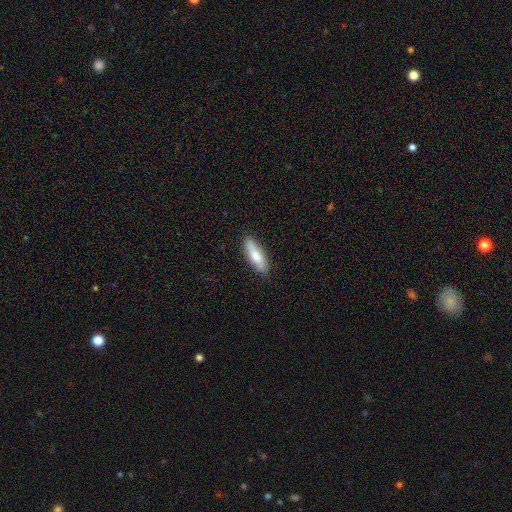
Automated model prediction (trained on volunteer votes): Smooth or featured? smooth (75%)
How rounded? cigar-shaped (53%)
Merging? none (87%)